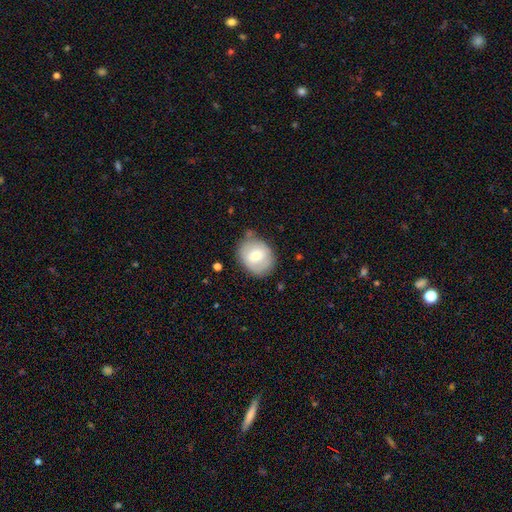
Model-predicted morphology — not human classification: smooth_or_featured: smooth (p=0.61) [alt: featured or disk p=0.31]
how_rounded: round (p=0.60) [alt: in between p=0.39]
merging: none (p=0.66) [alt: minor disturbance p=0.24]